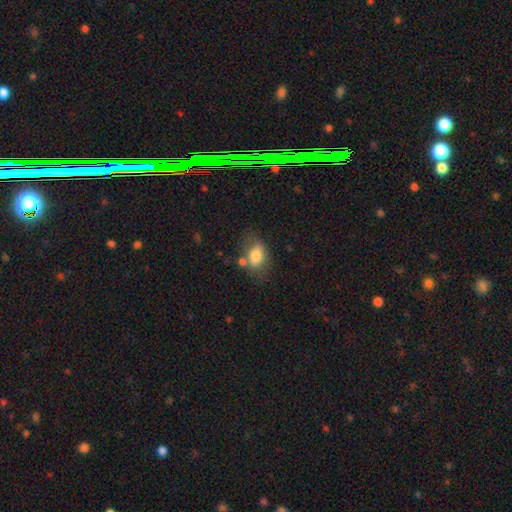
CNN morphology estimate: Smooth or featured? smooth (76%)
How rounded? in between (82%)
Merging? none (57%)